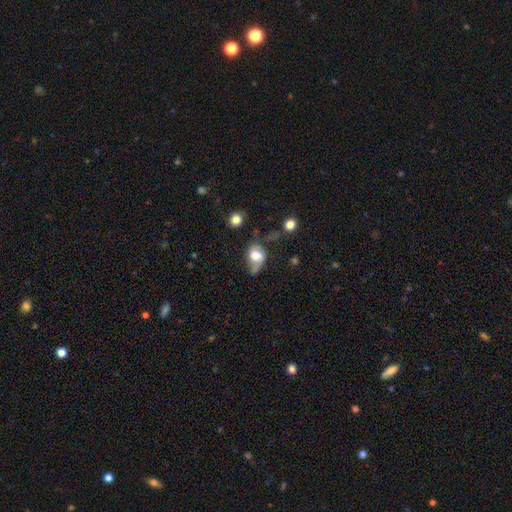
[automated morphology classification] smooth-or-featured: smooth: 64% | featured or disk: 26% | star or artifact: 10%
  how-rounded: in between: 65% | round: 33% | cigar-shaped: 2%
  merging: none: 34% | minor disturbance: 32% | major disturbance: 24% | merger: 10%